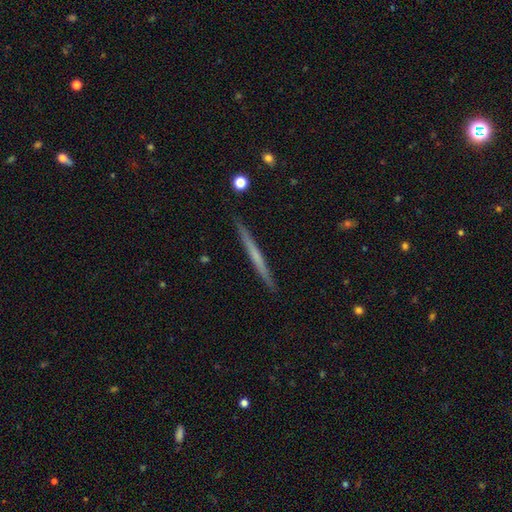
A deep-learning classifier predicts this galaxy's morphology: This appears to be a featured or disk galaxy (52%) viewed edge-on (98%) with no central bulge (84%). Merging: none (92%).